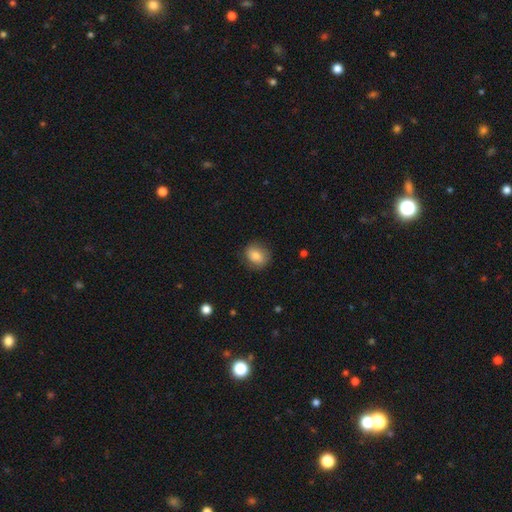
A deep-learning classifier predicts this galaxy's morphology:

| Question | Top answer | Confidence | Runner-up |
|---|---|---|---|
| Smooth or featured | smooth | 80% | featured or disk (12%) |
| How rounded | round | 53% | in between (46%) |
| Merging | none | 80% | minor disturbance (15%) |